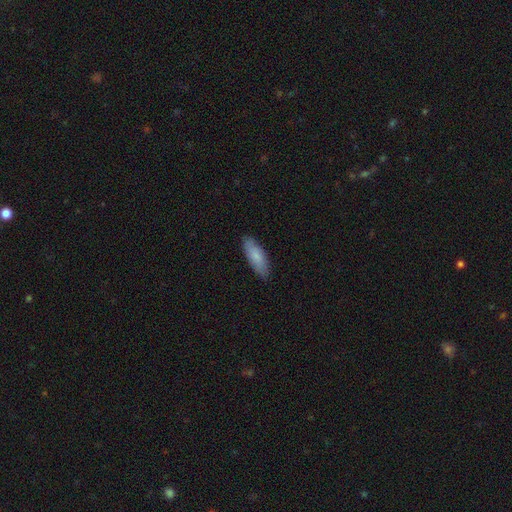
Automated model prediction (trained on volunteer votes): Morphology: type=smooth (81%); roundness=in between (63%); merging=none (84%).